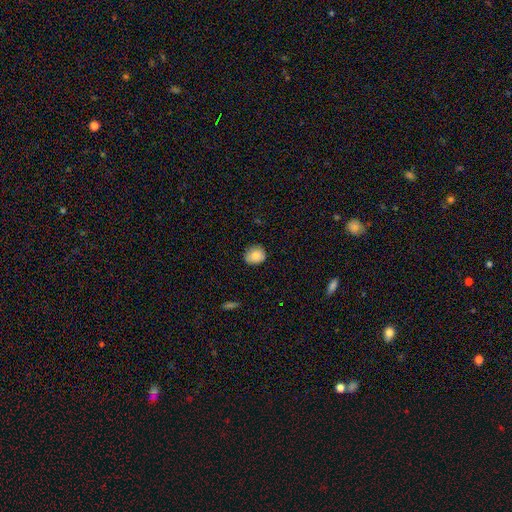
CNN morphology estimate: smooth 84%, featured or disk 8%, star or artifact 8%. Down the decision tree: how rounded — round (64%); merging — none (78%).